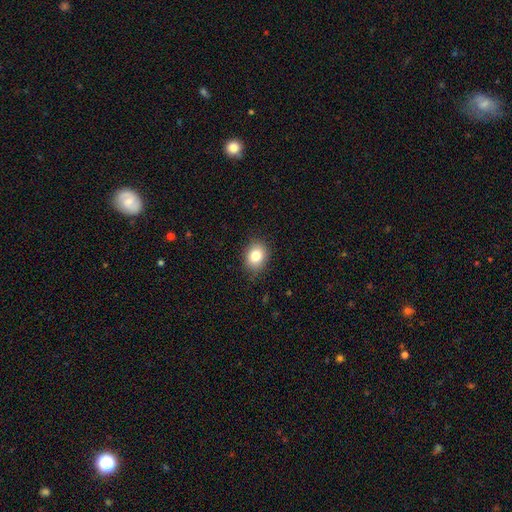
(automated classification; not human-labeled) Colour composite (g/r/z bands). It shows a smooth galaxy with no disk features (82%) that is in between round and cigar-shaped (53%). Merging: none (85%).